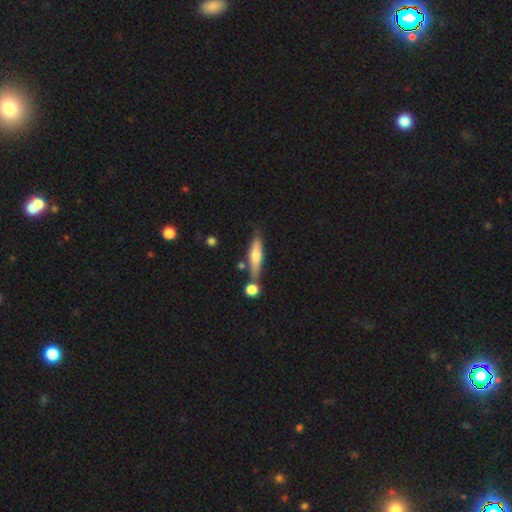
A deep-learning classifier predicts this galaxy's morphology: Smooth or featured?
  - smooth: 56% *
  - featured or disk: 38%
  - star or artifact: 6%
How rounded?
  - cigar-shaped: 75% *
  - in between: 23%
  - round: 2%
Merging?
  - none: 65% *
  - minor disturbance: 16%
  - merger: 14%
  - major disturbance: 4%